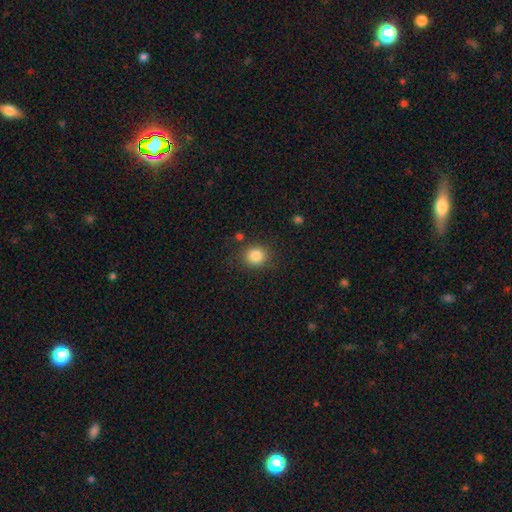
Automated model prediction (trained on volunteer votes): Smooth or featured? smooth (84%)
How rounded? round (81%)
Merging? none (83%)